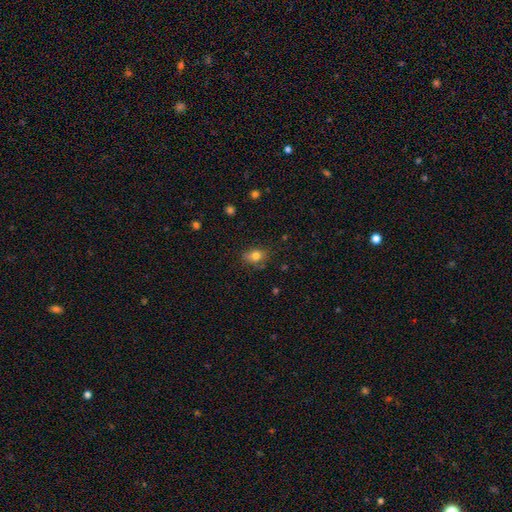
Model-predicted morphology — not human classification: This appears to be a smooth galaxy with no disk features (79%) that is in between round and cigar-shaped (60%). Merging: none (68%).